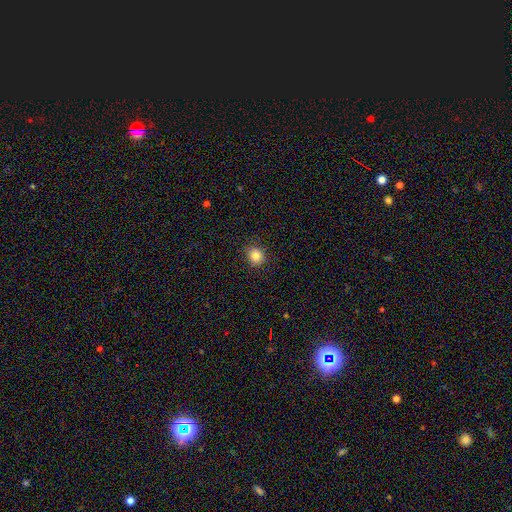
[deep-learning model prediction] smooth-or-featured: smooth: 84% | star or artifact: 11% | featured or disk: 5%
  how-rounded: round: 83% | in between: 16% | cigar-shaped: 1%
  merging: none: 90% | minor disturbance: 7% | major disturbance: 2% | merger: 1%